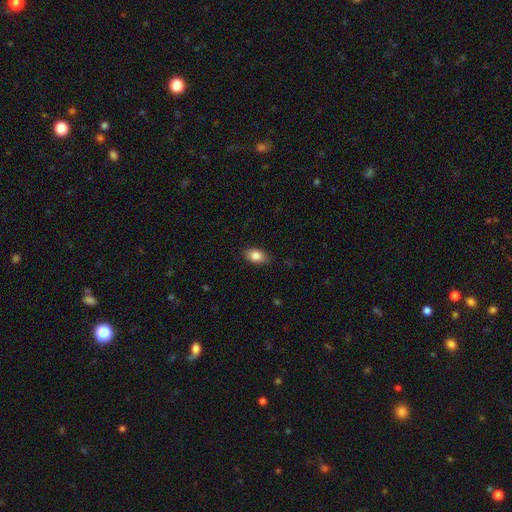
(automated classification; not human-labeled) Smooth or featured?
  - smooth: 85% *
  - star or artifact: 8%
  - featured or disk: 7%
How rounded?
  - in between: 89% *
  - round: 9%
  - cigar-shaped: 2%
Merging?
  - none: 85% *
  - minor disturbance: 12%
  - major disturbance: 2%
  - merger: 1%